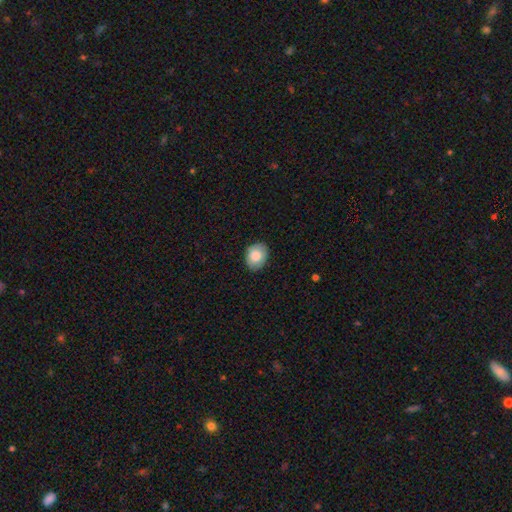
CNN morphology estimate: Overall: smooth (82%). How rounded: in between (62%; round 37%). Merging: none (84%).